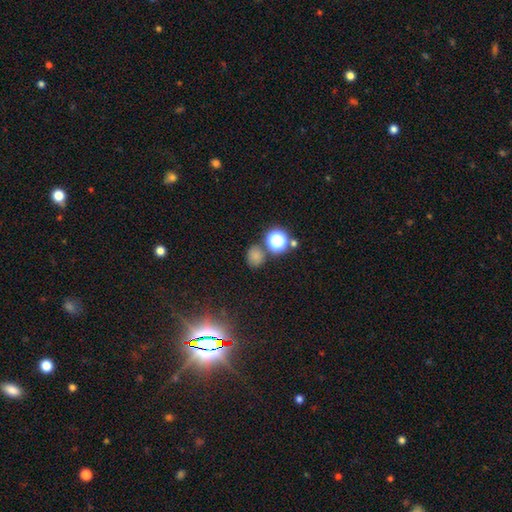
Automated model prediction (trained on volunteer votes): A smooth galaxy with no disk features (71%) that is round (72%).

Vote fractions:
- Smooth or featured? smooth: 71% / star or artifact: 23% / featured or disk: 6%
- How rounded? round: 72% / in between: 27% / cigar-shaped: 1%
- Merging? none: 73% / merger: 12% / minor disturbance: 11% / major disturbance: 4%